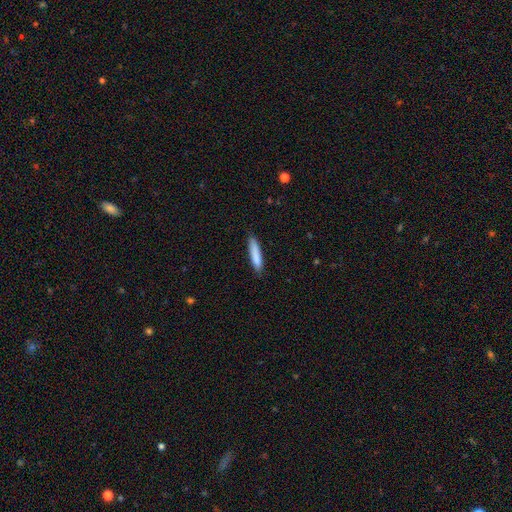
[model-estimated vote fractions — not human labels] This appears to be a smooth galaxy with no disk features (84%) that is cigar-shaped (86%). Merging: none (86%).